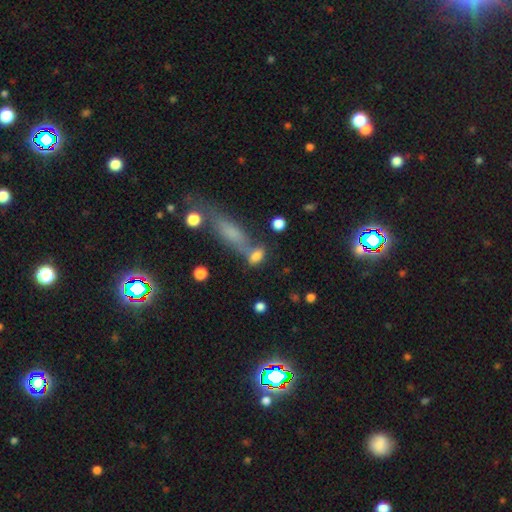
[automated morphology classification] smooth 75%, featured or disk 14%, star or artifact 12%. Down the decision tree: how rounded — in between (70%); merging — none (47%).